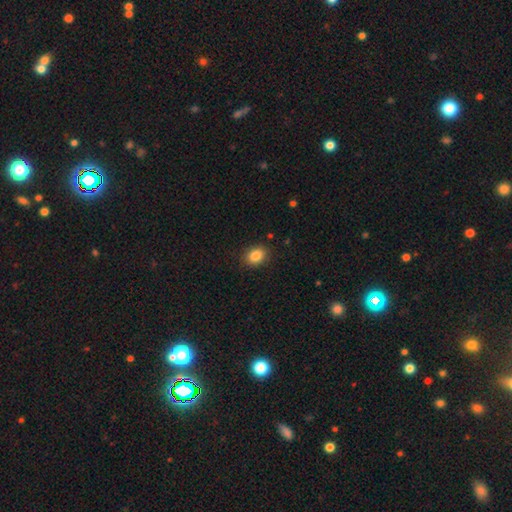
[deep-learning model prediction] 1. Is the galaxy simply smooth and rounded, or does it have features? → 86% smooth, 9% star or artifact, 5% featured or disk.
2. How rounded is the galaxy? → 61% in between, 38% round, 1% cigar-shaped.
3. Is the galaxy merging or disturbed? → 88% none, 9% minor disturbance, 2% major disturbance, 1% merger.